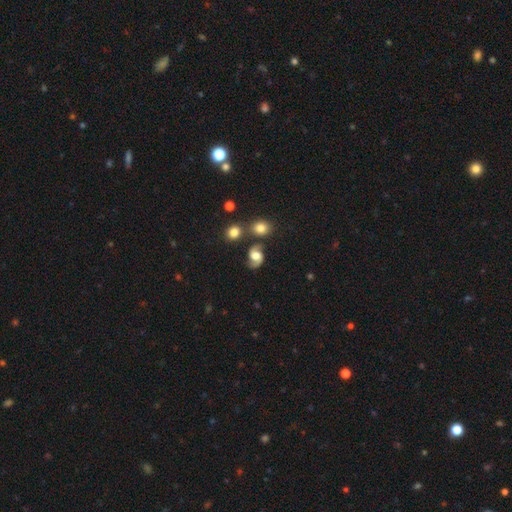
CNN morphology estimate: Smooth or featured? featured or disk (64%)
Edge-on disk? no (97%)
Bar? no (58%)
Spiral arms? yes (90%)
Spiral winding? medium (50%)
Spiral arm count? 2 (91%)
Bulge size? moderate (46%)
Merging? none (66%)